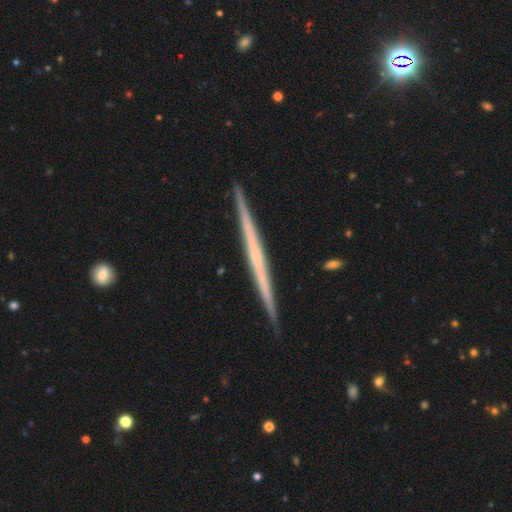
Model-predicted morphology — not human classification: This appears to be a featured or disk galaxy (71%) viewed edge-on (98%) with no central bulge (82%). Merging: none (92%).